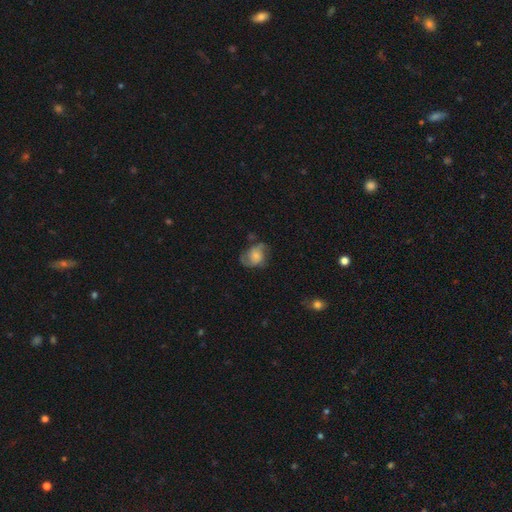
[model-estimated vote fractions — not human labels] smooth_or_featured: featured or disk (p=0.50) [alt: smooth p=0.42]
merging: none (p=0.51) [alt: minor disturbance p=0.26]